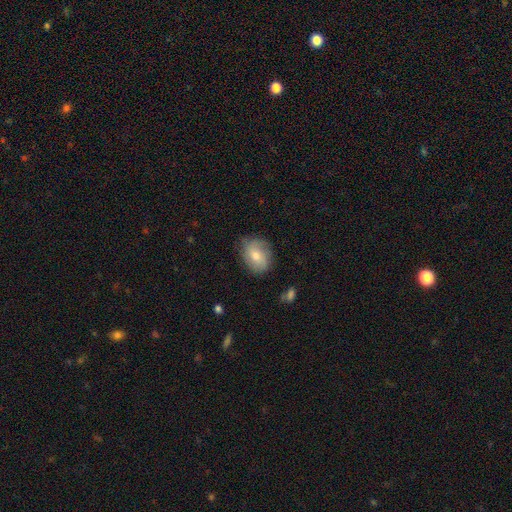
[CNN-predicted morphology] Overall: smooth (64%; featured or disk 28%). How rounded: in between (62%; round 37%). Merging: none (74%).